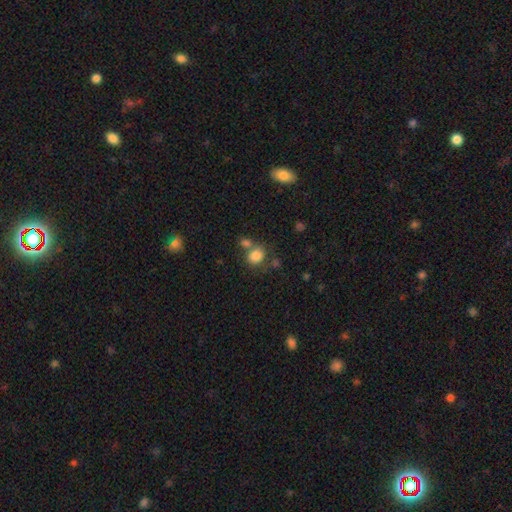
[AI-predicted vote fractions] Smooth or featured: smooth — 83% (star or artifact — 10%)
How rounded: round — 58% (in between — 41%)
Merging: none — 54% (merger — 29%)